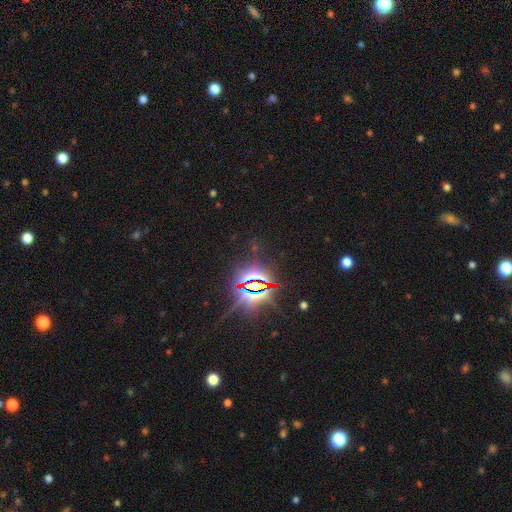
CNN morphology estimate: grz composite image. It shows a star or artifact, not a galaxy (86%).